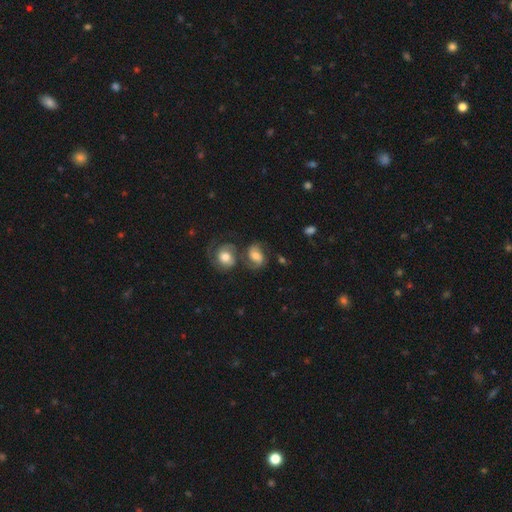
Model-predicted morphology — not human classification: Overall: featured or disk (62%; smooth 29%). Edge-on disk: no (97%). Bar: weak (43%; no 42%). Spiral arms: yes (92%). Spiral arm count: 2 (87%). Spiral winding: medium (54%; tight 25%). Bulge size: moderate (55%; large 19%). Merging: none (46%; merger 31%).